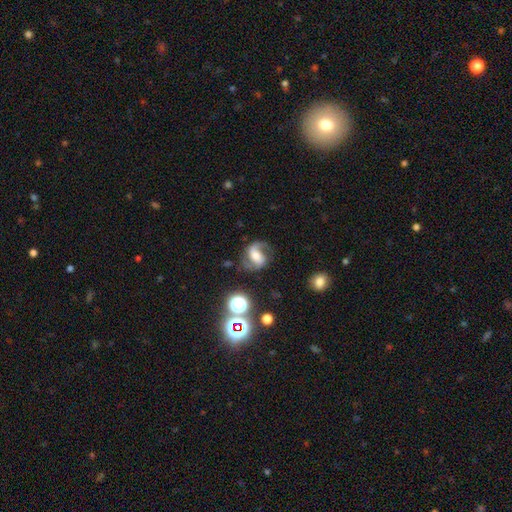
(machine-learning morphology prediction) A featured or disk galaxy (79%) with a weak bar (41%), 2 (87%) medium (51%) spiral arms (95%) and a moderate central bulge (57%). Merging: none (71%).